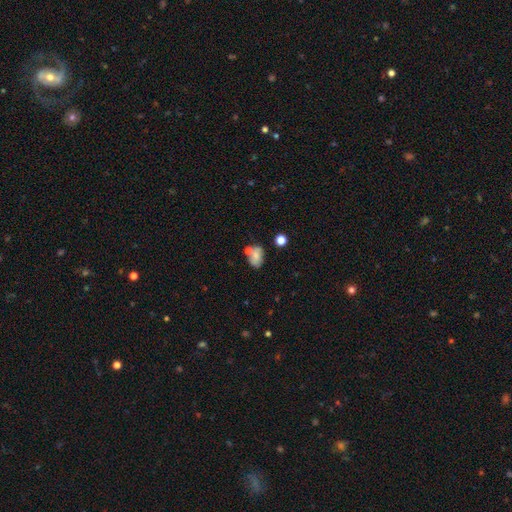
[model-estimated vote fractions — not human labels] This is likely a smooth galaxy (71%). How rounded: clearly in between (81%). Merging: possibly none (46%).